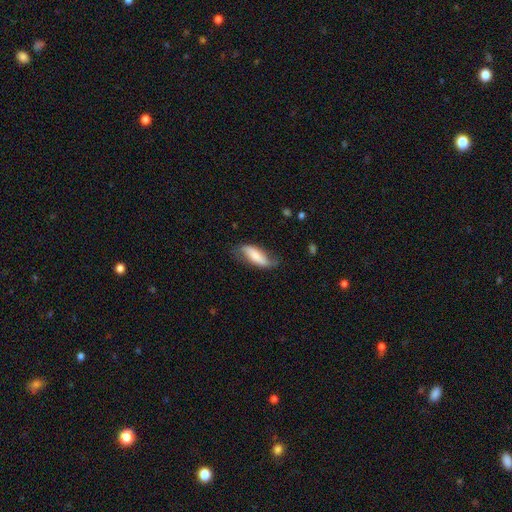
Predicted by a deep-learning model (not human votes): smooth-or-featured: smooth: 51% | featured or disk: 42% | star or artifact: 7%
  how-rounded: in between: 66% | cigar-shaped: 31% | round: 2%
  merging: none: 56% | minor disturbance: 30% | major disturbance: 11% | merger: 2%